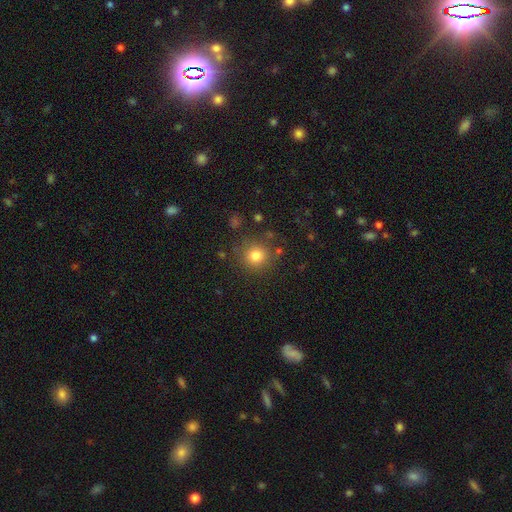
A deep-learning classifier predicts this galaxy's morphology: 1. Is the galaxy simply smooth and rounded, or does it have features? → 78% smooth, 14% star or artifact, 8% featured or disk.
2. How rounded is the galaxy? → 92% round, 7% in between, 1% cigar-shaped.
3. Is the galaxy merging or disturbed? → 82% none, 10% minor disturbance, 4% major disturbance, 3% merger.